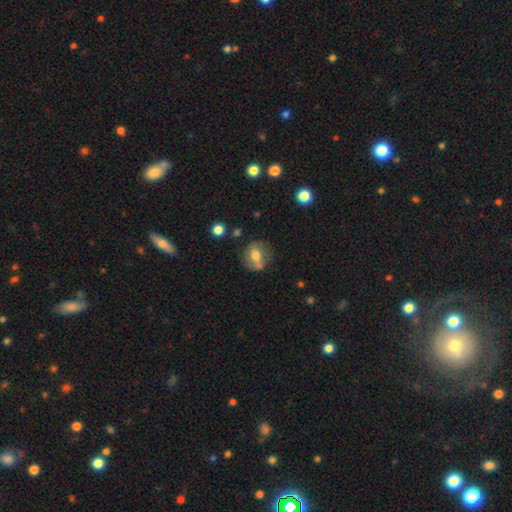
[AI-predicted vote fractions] The model was most divided on "smooth or featured": smooth: 62%, featured or disk: 29%, star or artifact: 9%. More confident: how rounded — round (70%); merging — none (62%).